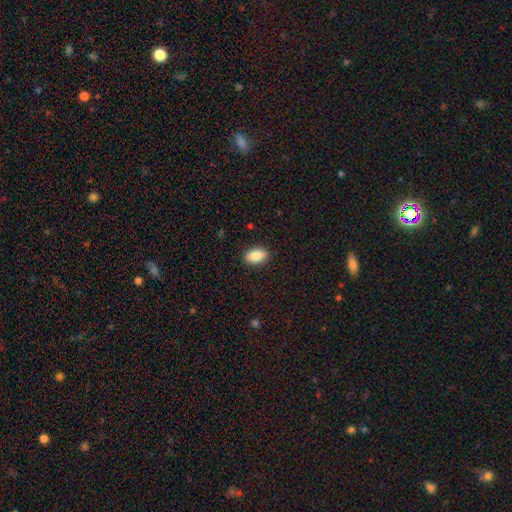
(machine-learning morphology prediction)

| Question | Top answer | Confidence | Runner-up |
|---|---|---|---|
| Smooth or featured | smooth | 87% | star or artifact (7%) |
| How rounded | in between | 90% | round (6%) |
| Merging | none | 89% | minor disturbance (8%) |